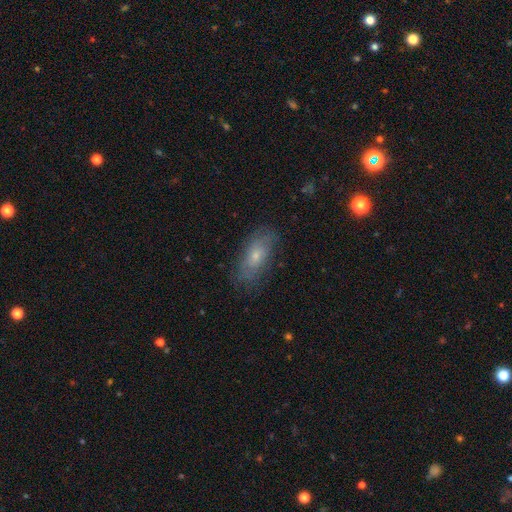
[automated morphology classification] Smooth or featured? smooth (54%)
How rounded? in between (79%)
Merging? none (75%)